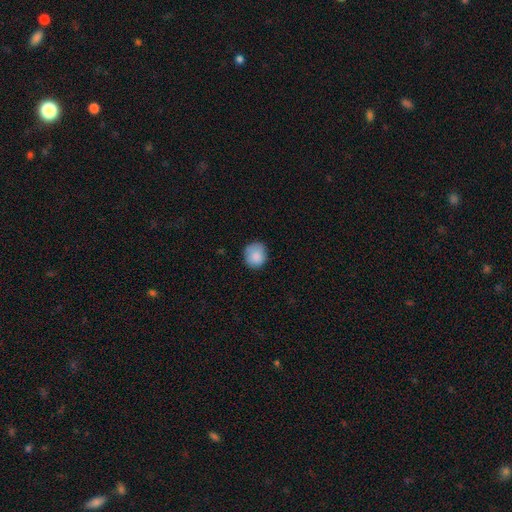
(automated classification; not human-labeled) A smooth galaxy with no disk features (85%) that is round (82%).

Vote fractions:
- Smooth or featured? smooth: 85% / star or artifact: 8% / featured or disk: 7%
- How rounded? round: 82% / in between: 17% / cigar-shaped: 1%
- Merging? none: 74% / minor disturbance: 20% / major disturbance: 4% / merger: 1%